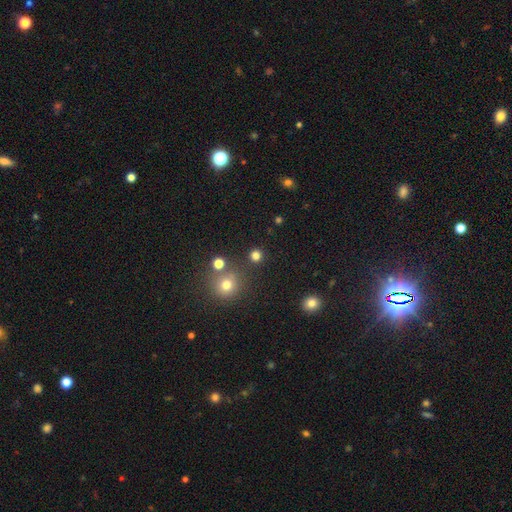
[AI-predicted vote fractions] A smooth galaxy with no disk features (77%) that is round (93%). Merging: none (85%).